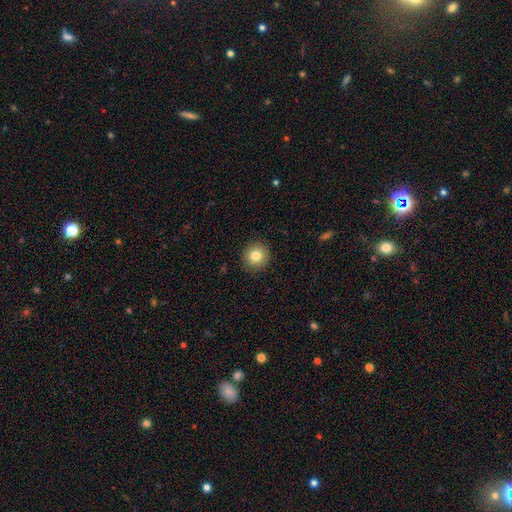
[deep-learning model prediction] The model was most divided on "smooth or featured": smooth: 81%, star or artifact: 10%, featured or disk: 9%. More confident: how rounded — round (93%); merging — none (91%).